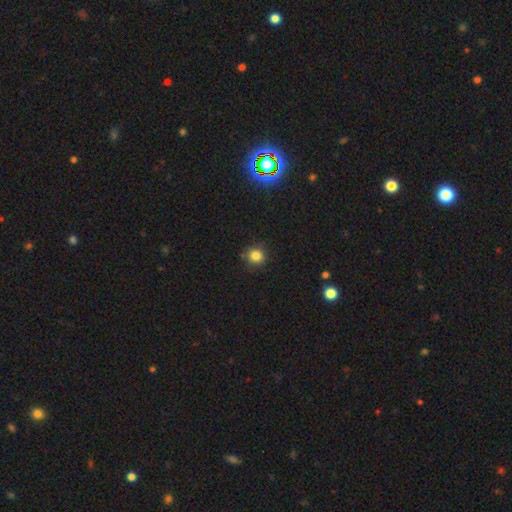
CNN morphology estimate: A smooth galaxy with no disk features (82%) that is round (88%). Merging: none (82%).